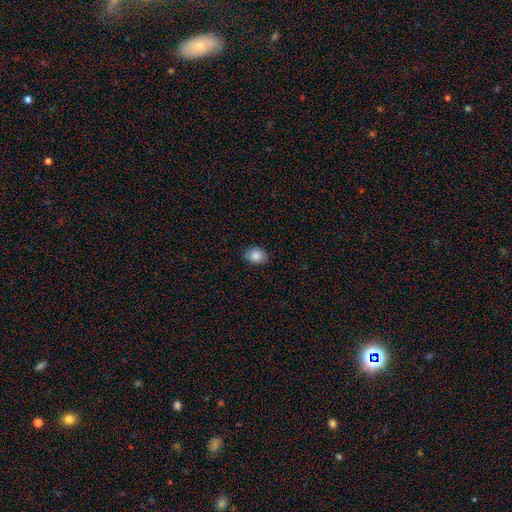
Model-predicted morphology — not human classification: A smooth galaxy with no disk features (87%) that is in between round and cigar-shaped (60%). Merging: none (86%).